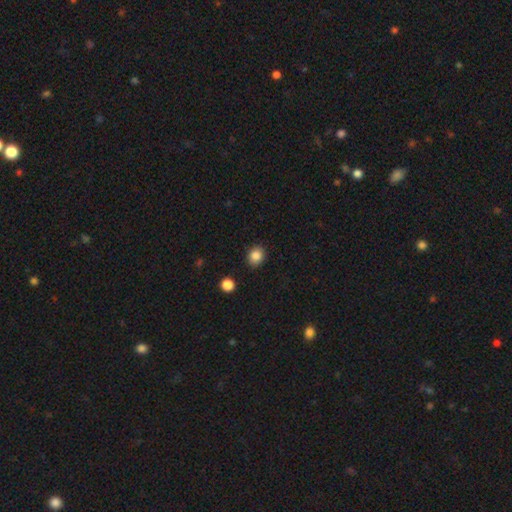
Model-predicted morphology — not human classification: type=smooth (86%); roundness=round (64%); merging=none (88%).